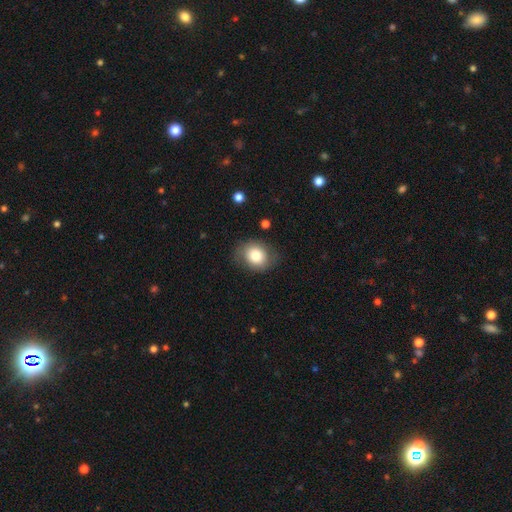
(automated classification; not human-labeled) Smooth or featured? smooth (77%)
How rounded? round (59%)
Merging? none (77%)